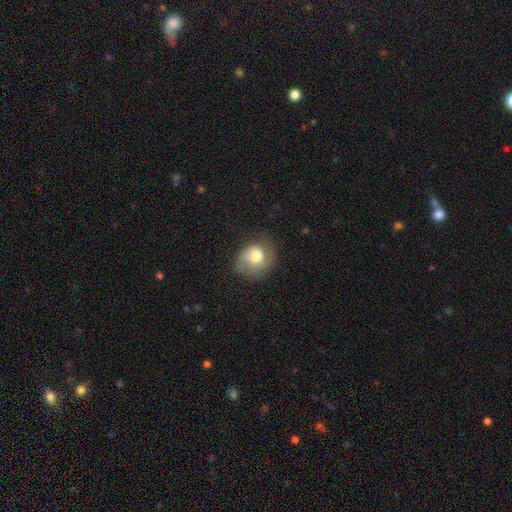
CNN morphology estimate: A smooth galaxy with no disk features (59%) that is round (59%). Merging: none (51%).